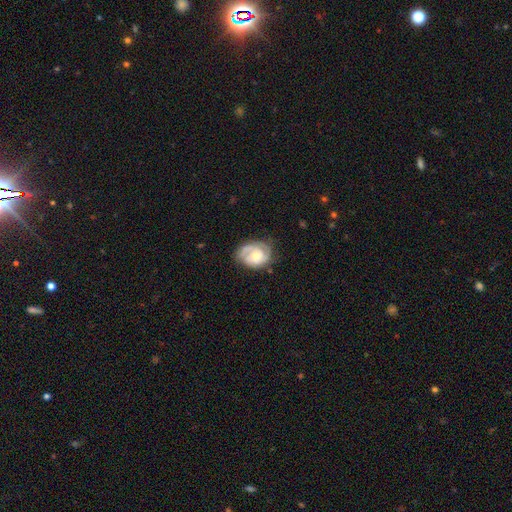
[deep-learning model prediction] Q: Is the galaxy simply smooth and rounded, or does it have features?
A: featured or disk — 77%.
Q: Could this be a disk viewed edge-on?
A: no — 97%.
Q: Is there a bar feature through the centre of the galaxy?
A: no — 70%.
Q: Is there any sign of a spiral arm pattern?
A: yes — 92%.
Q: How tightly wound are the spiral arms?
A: tight — 58%.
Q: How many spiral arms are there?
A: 2 — 51%.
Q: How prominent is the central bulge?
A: moderate — 55%.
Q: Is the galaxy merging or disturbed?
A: none — 66%.